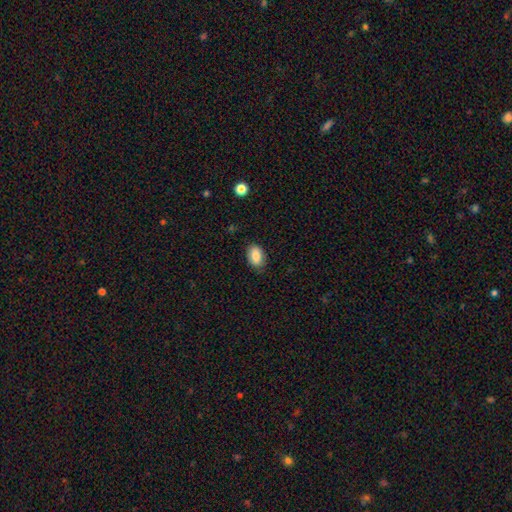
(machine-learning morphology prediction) Smooth or featured: smooth — 85% (star or artifact — 8%)
How rounded: in between — 89% (round — 10%)
Merging: none — 84% (minor disturbance — 13%)